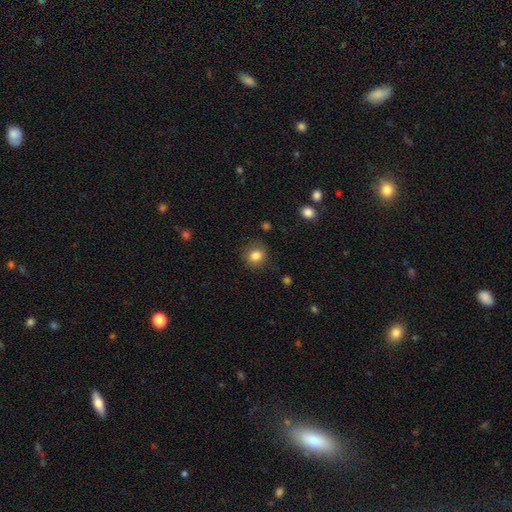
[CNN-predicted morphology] The model was most divided on "how rounded": round: 78%, in between: 21%, cigar-shaped: 1%. More confident: merging — none (83%); smooth or featured — smooth (83%).